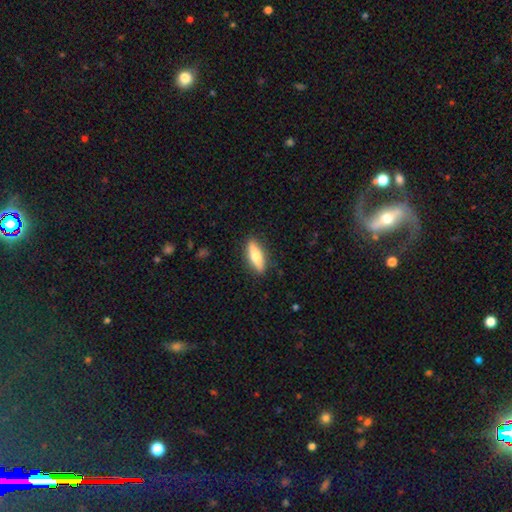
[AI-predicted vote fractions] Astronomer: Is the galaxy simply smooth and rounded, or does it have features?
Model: smooth — 56% (runner-up: featured or disk, 38%).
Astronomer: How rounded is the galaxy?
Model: cigar-shaped — 58% (runner-up: in between, 39%).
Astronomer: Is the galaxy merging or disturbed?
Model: none — 88%.